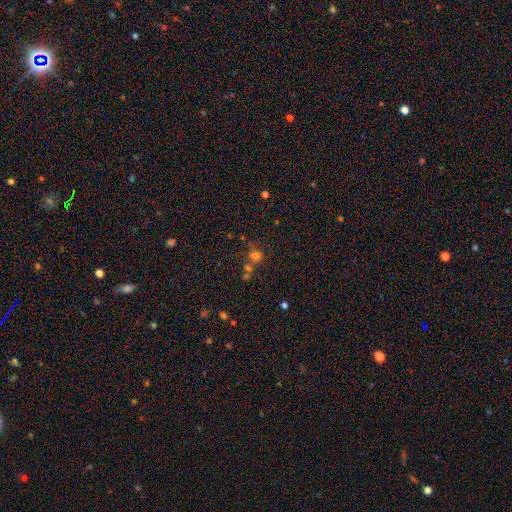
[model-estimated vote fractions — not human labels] Q: Smooth or featured?
A: smooth (61%); runner-up: star or artifact (28%)
Q: How rounded?
A: round (81%); runner-up: in between (17%)
Q: Merging?
A: none (49%); runner-up: merger (34%)